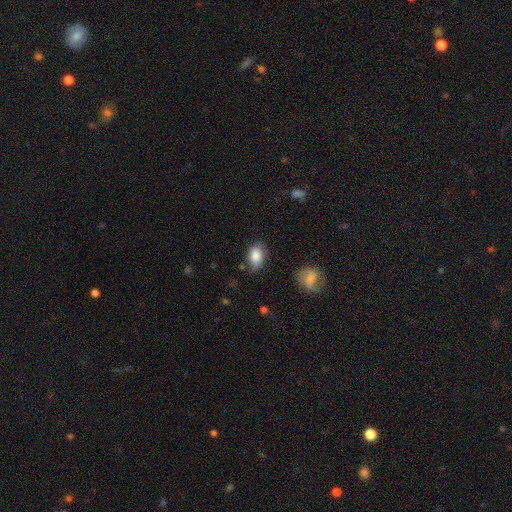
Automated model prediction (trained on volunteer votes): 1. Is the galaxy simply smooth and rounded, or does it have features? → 84% smooth, 8% featured or disk, 7% star or artifact.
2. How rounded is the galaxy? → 83% in between, 16% round, 1% cigar-shaped.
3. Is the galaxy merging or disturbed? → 59% none, 31% minor disturbance, 7% major disturbance, 3% merger.